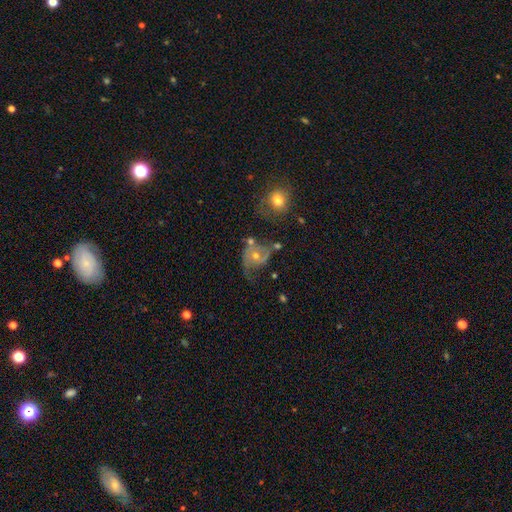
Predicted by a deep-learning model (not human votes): This appears to be a featured or disk galaxy (70%) with no bar (76%), 2 (48%) medium (43%) spiral arms (84%) and a moderate central bulge (50%). Merging: none (38%).